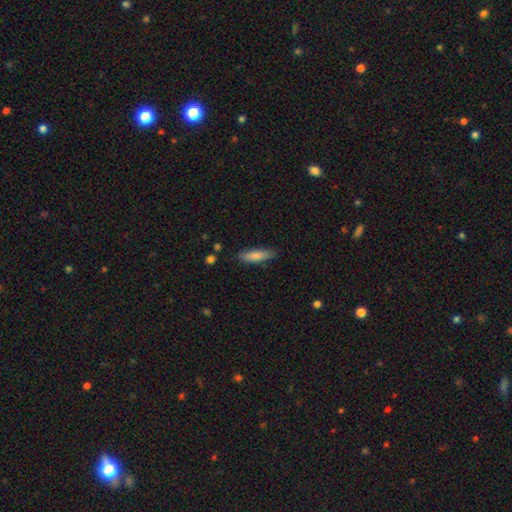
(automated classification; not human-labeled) Morphology: type=smooth (80%); roundness=cigar-shaped (66%); merging=none (84%).